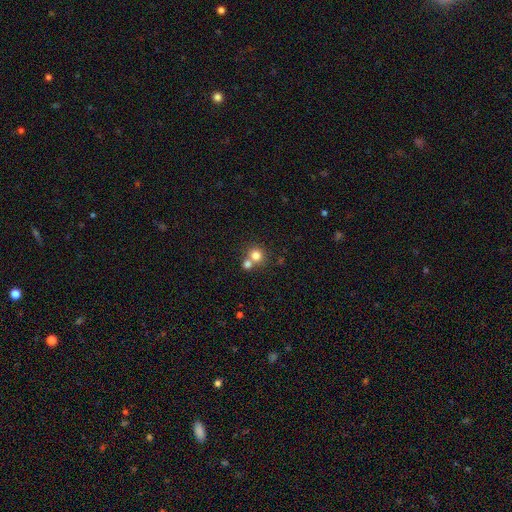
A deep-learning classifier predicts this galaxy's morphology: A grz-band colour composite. It shows a smooth galaxy with no disk features (79%) that is round (88%). Merging: none (51%).